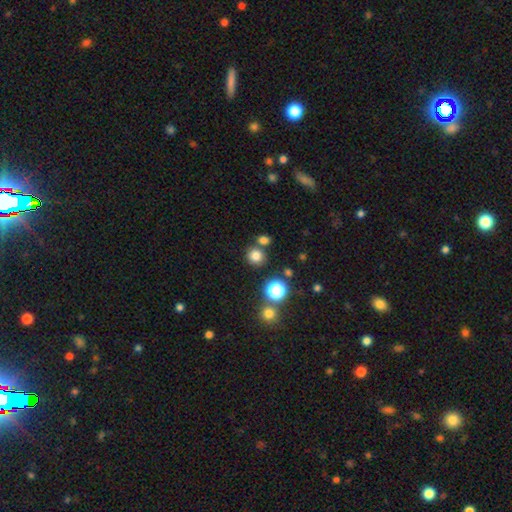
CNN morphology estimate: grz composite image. It shows a smooth galaxy with no disk features (78%) that is round (89%). Merging: none (76%).